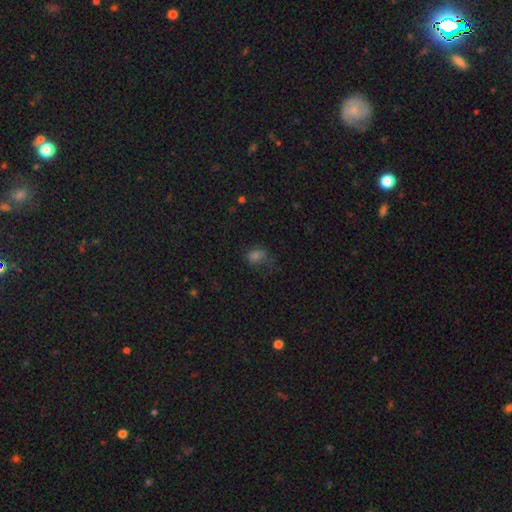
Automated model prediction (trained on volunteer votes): Smooth or featured? smooth (61%)
How rounded? in between (63%)
Merging? none (40%)